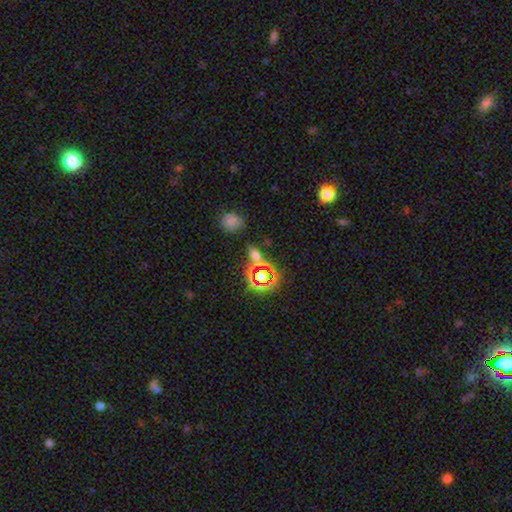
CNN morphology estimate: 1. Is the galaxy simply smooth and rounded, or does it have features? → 58% star or artifact, 33% smooth, 9% featured or disk.